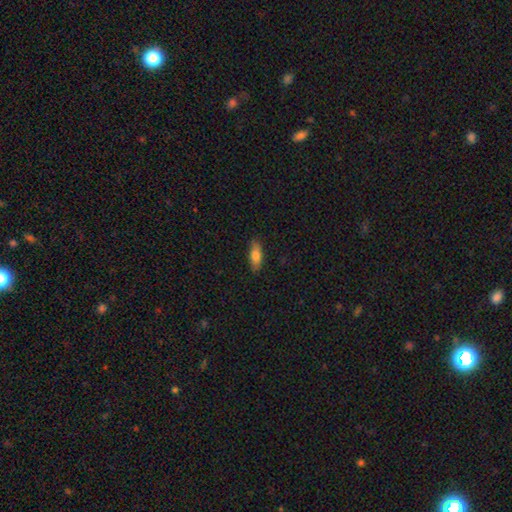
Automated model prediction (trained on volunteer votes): smooth 78%, featured or disk 15%, star or artifact 7%. Down the decision tree: how rounded — in between (68%); merging — none (86%).